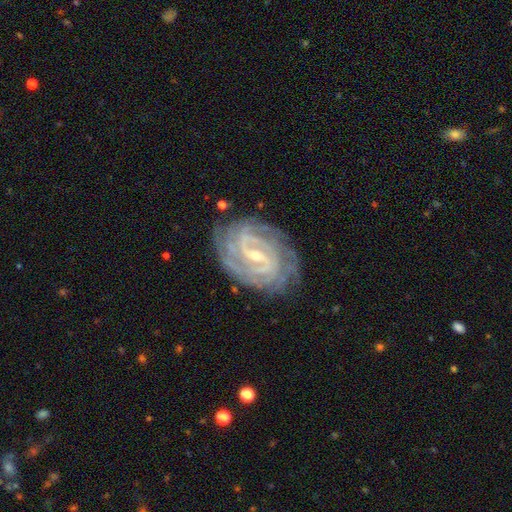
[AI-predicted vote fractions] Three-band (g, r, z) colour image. It shows a featured or disk galaxy (91%) with a strong bar (44%), 4 (24%) tight (77%) spiral arms (98%) and a small central bulge (70%). Merging: none (80%).